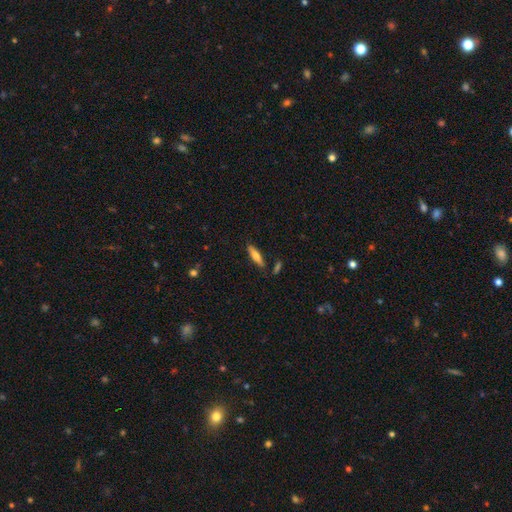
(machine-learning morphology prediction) A smooth galaxy with no disk features (65%) that is cigar-shaped (71%). Merging: none (81%).